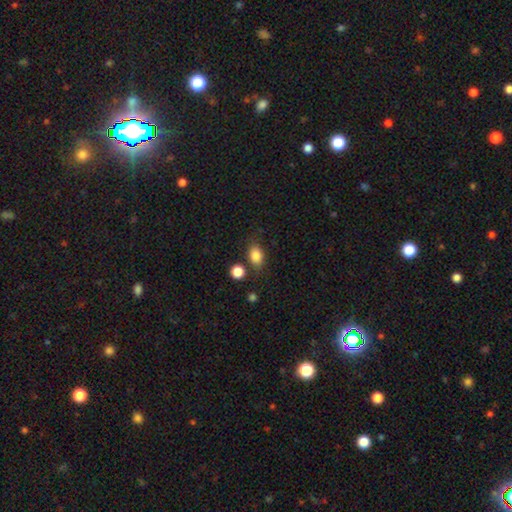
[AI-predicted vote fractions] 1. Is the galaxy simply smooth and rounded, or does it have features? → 84% smooth, 10% star or artifact, 6% featured or disk.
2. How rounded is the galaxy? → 74% in between, 25% round, 2% cigar-shaped.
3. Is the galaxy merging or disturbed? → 75% none, 14% minor disturbance, 7% merger, 4% major disturbance.